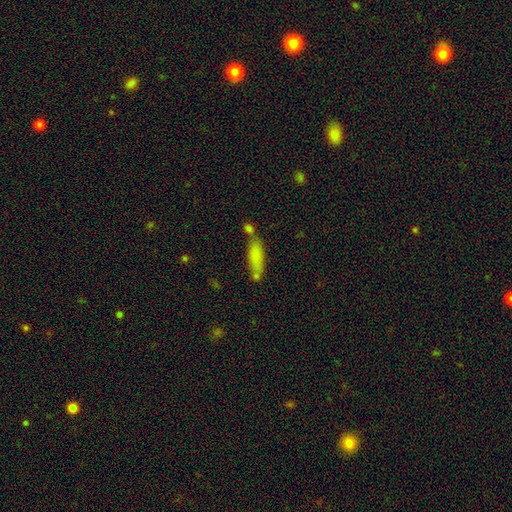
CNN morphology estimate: A smooth galaxy with no disk features (80%) that is cigar-shaped (55%). Merging: none (52%).